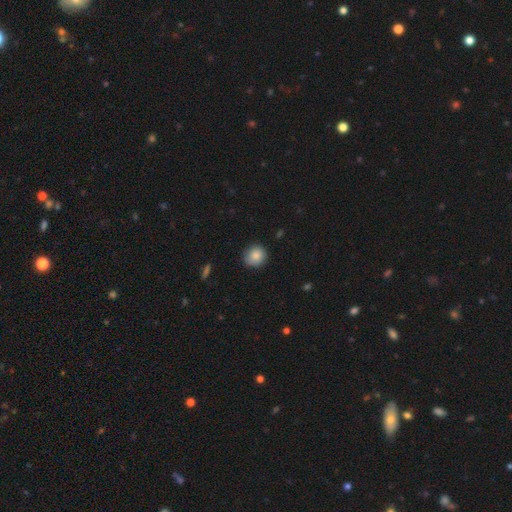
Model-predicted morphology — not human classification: Q: Smooth or featured?
A: smooth (87%); runner-up: star or artifact (8%)
Q: How rounded?
A: round (88%); runner-up: in between (11%)
Q: Merging?
A: none (83%); runner-up: minor disturbance (13%)